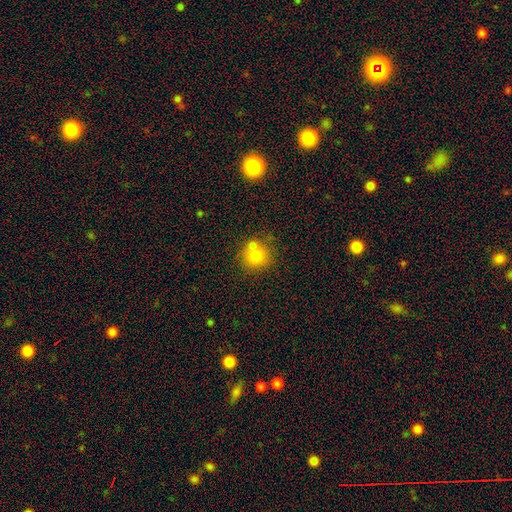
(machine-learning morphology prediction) The model was most divided on "merging": none: 57%, merger: 29%, minor disturbance: 10%, major disturbance: 3%. More confident: how rounded — round (86%); smooth or featured — smooth (77%).